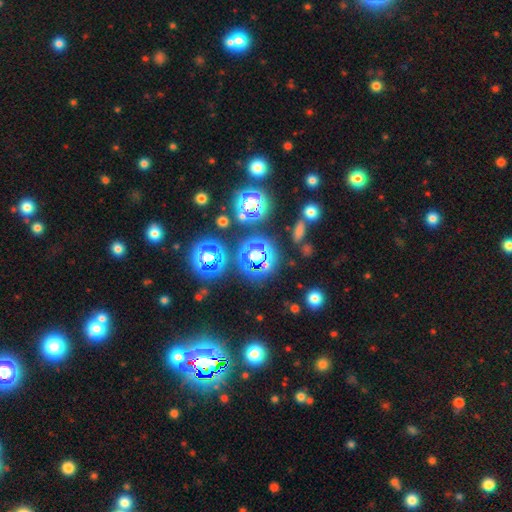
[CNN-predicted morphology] smooth_or_featured: star or artifact (p=0.64) [alt: smooth p=0.26]